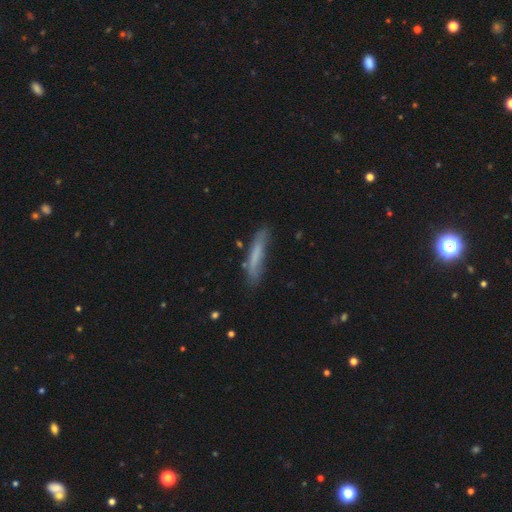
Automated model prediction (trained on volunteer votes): smooth 64%, featured or disk 28%, star or artifact 8%. Down the decision tree: how rounded — cigar-shaped (89%); merging — none (67%).